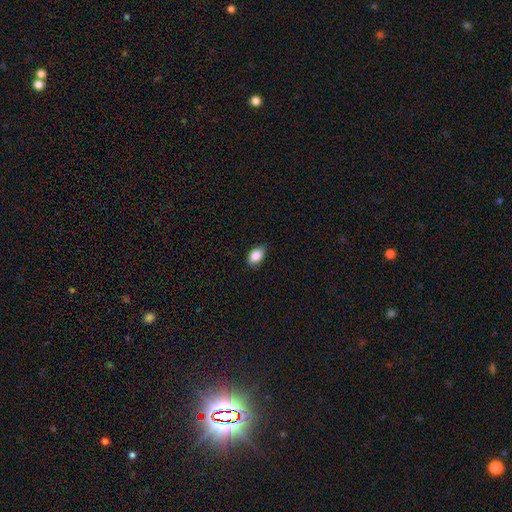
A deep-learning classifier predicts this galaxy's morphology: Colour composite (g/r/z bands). It shows a smooth galaxy with no disk features (88%) that is in between round and cigar-shaped (86%). Merging: none (76%).